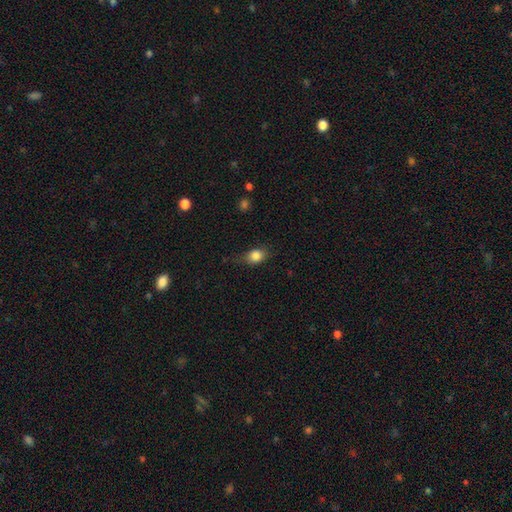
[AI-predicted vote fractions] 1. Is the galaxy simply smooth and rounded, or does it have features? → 83% smooth, 9% star or artifact, 8% featured or disk.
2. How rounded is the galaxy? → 65% in between, 33% round, 3% cigar-shaped.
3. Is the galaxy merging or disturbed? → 64% none, 27% minor disturbance, 8% major disturbance, 2% merger.